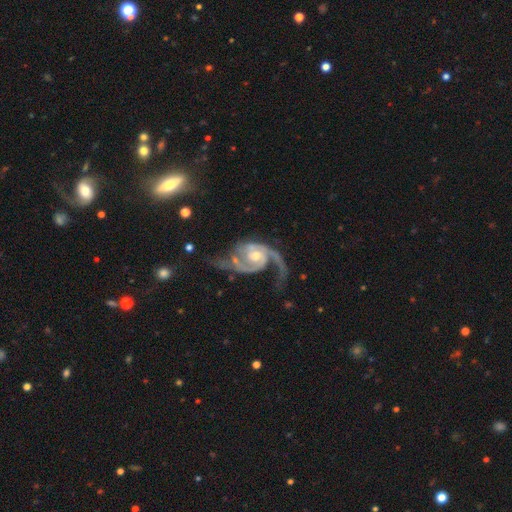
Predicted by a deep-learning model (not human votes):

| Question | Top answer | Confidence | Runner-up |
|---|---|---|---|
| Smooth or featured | featured or disk | 92% | star or artifact (4%) |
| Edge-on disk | no | 98% | yes (2%) |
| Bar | no | 63% | weak (29%) |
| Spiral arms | yes | 98% | no (2%) |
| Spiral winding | medium | 50% | loose (29%) |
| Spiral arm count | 2 | 85% | 1 (5%) |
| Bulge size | moderate | 63% | small (29%) |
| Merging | none | 48% | major disturbance (27%) |